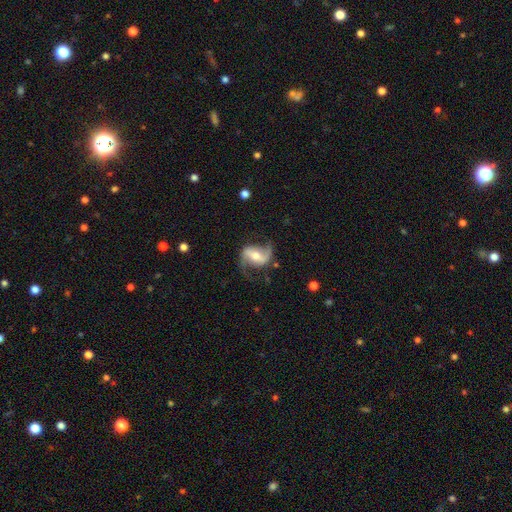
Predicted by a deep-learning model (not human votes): Smooth or featured? featured or disk (83%)
Edge-on disk? no (96%)
Bar? strong (42%)
Spiral arms? yes (94%)
Spiral winding? loose (61%)
Spiral arm count? 2 (91%)
Bulge size? moderate (57%)
Merging? none (69%)